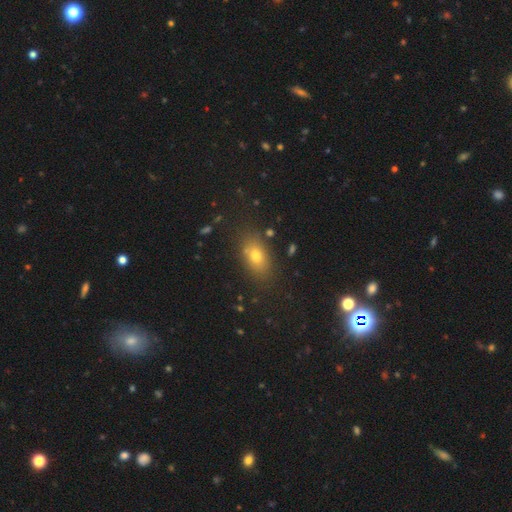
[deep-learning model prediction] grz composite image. It shows a smooth galaxy with no disk features (72%) that is in between round and cigar-shaped (81%). Merging: none (81%).